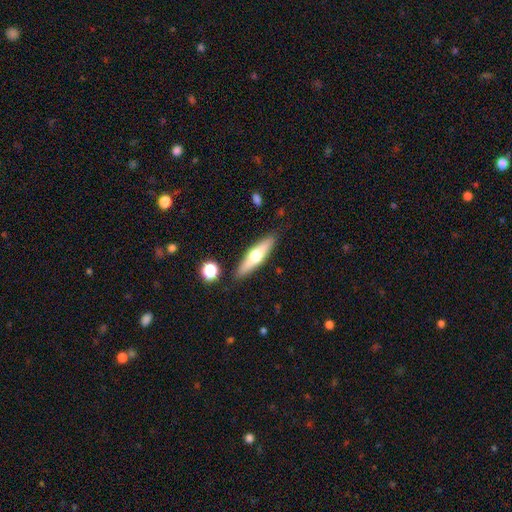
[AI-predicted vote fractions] Smooth or featured? featured or disk (50%)
Merging? none (87%)